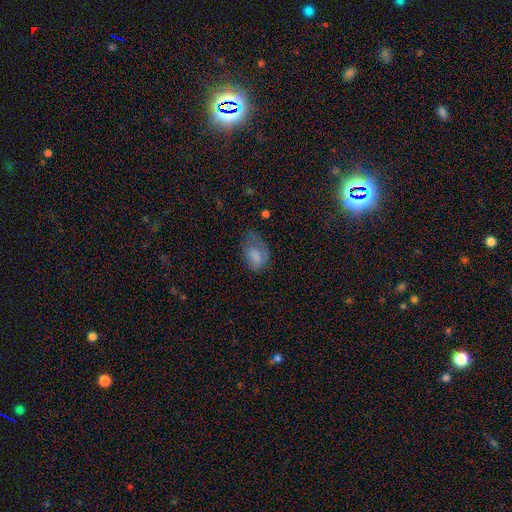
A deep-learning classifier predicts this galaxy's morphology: smooth-or-featured: smooth: 73% | featured or disk: 18% | star or artifact: 9%
  how-rounded: in between: 82% | round: 17% | cigar-shaped: 1%
  merging: minor disturbance: 34% | none: 33% | major disturbance: 31% | merger: 2%